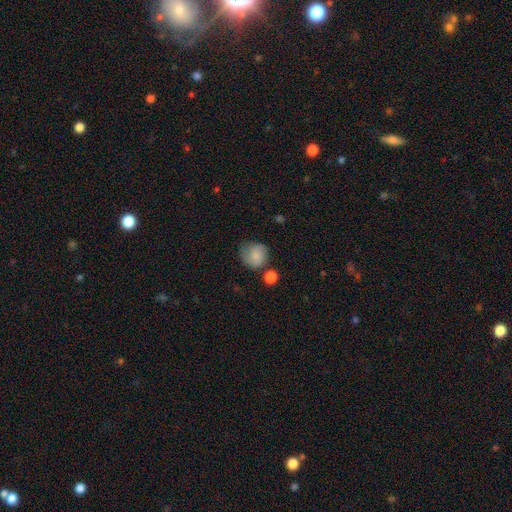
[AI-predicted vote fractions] This appears to be a smooth galaxy with no disk features (80%) that is round (82%). Merging: none (57%).